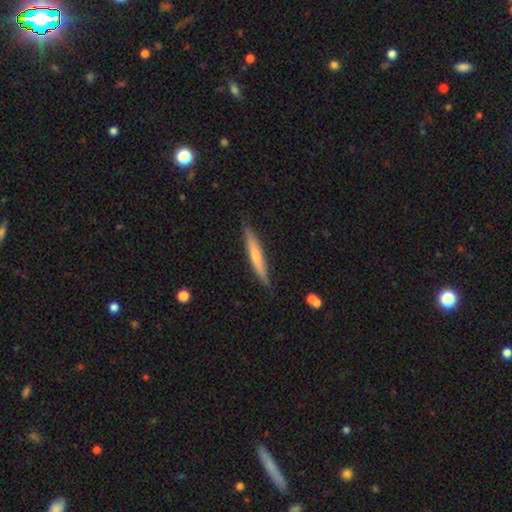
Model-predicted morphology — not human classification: This appears to be a featured or disk galaxy (54%) viewed edge-on (95%) with a rounded central bulge (67%). Merging: none (89%).